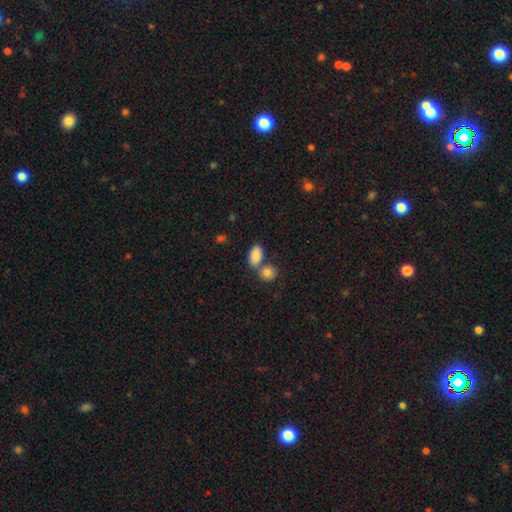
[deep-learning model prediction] The model was most divided on "merging": none: 47%, merger: 39%, minor disturbance: 10%, major disturbance: 4%. More confident: how rounded — in between (90%); smooth or featured — smooth (87%).